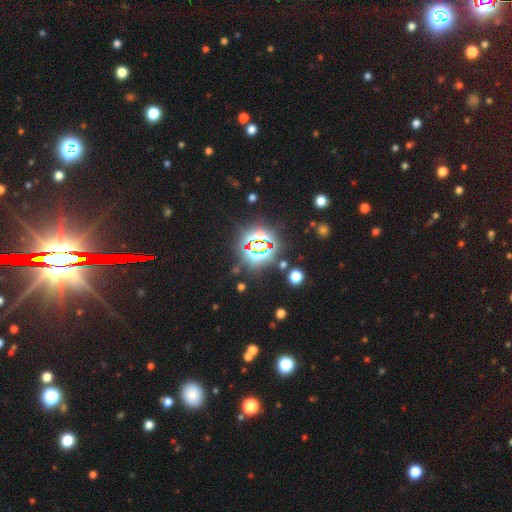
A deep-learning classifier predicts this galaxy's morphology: Smooth or featured? Predicted: star or artifact (p=0.83).